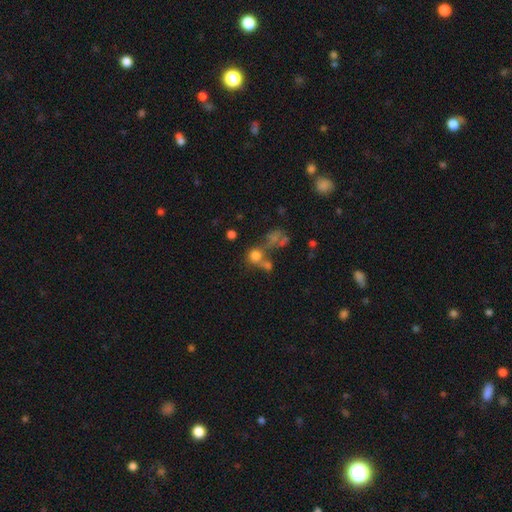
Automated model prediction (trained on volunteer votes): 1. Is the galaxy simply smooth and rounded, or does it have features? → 72% smooth, 15% star or artifact, 13% featured or disk.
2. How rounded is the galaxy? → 84% round, 15% in between, 1% cigar-shaped.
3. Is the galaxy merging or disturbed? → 43% none, 38% merger, 10% minor disturbance, 9% major disturbance.